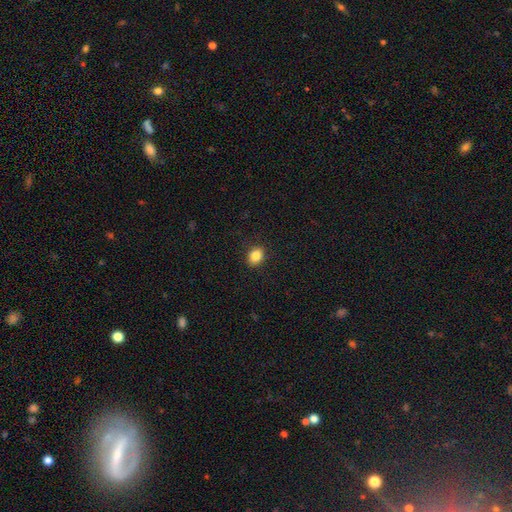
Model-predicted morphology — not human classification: smooth-or-featured: smooth: 85% | star or artifact: 10% | featured or disk: 5%
  how-rounded: in between: 57% | round: 42% | cigar-shaped: 1%
  merging: none: 88% | minor disturbance: 9% | major disturbance: 2% | merger: 1%